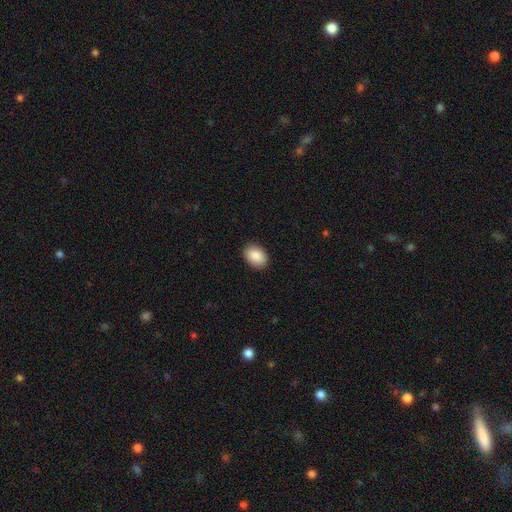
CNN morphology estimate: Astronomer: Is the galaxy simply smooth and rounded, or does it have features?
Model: smooth — 88%.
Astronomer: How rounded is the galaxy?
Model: in between — 80%.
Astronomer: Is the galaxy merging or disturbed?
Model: none — 90%.